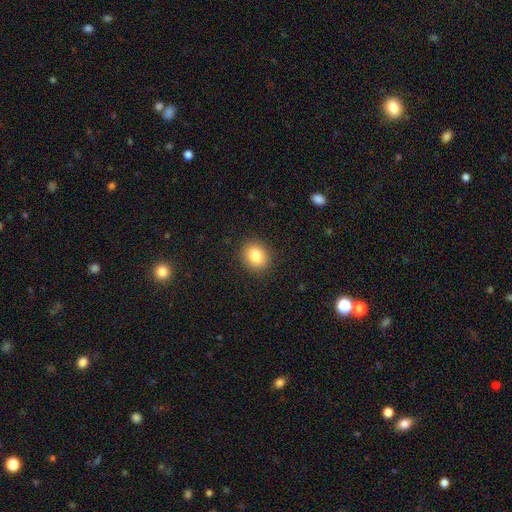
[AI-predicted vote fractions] smooth_or_featured: smooth (p=0.83) [alt: star or artifact p=0.09]
how_rounded: round (p=0.66) [alt: in between p=0.33]
merging: none (p=0.90) [alt: minor disturbance p=0.07]